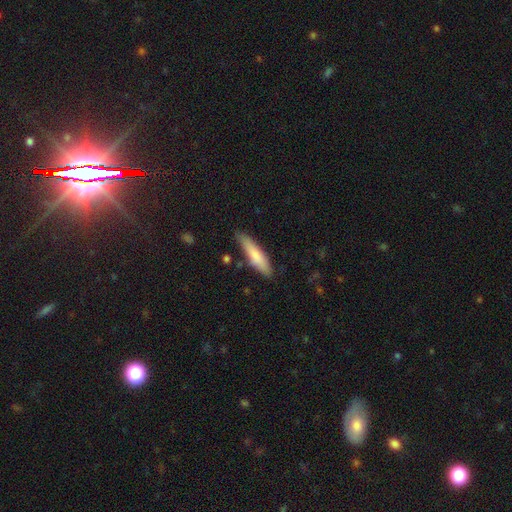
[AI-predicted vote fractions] Smooth or featured?
  - smooth: 77% *
  - featured or disk: 18%
  - star or artifact: 6%
How rounded?
  - cigar-shaped: 79% *
  - in between: 20%
  - round: 1%
Merging?
  - none: 76% *
  - minor disturbance: 18%
  - major disturbance: 3%
  - merger: 3%